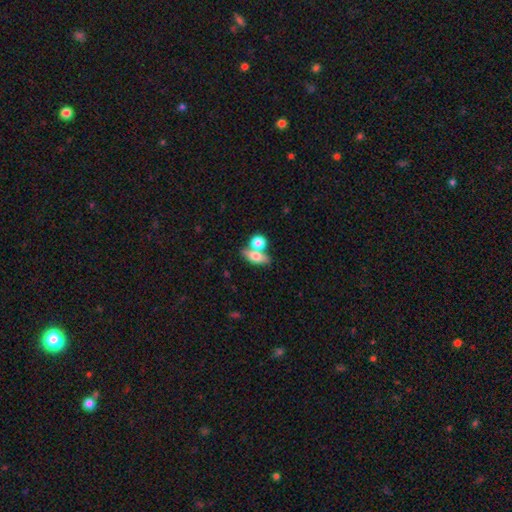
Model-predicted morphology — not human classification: Overall: smooth (70%). How rounded: in between (69%). Merging: none (44%; merger 42%).